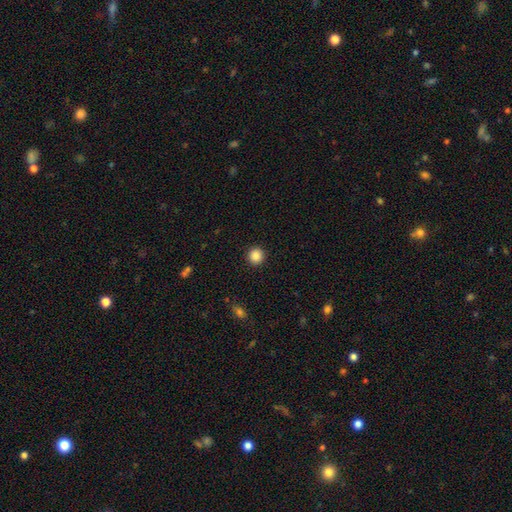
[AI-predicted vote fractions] Q: Smooth or featured?
A: smooth (87%); runner-up: star or artifact (10%)
Q: How rounded?
A: round (94%); runner-up: in between (5%)
Q: Merging?
A: none (93%); runner-up: minor disturbance (5%)